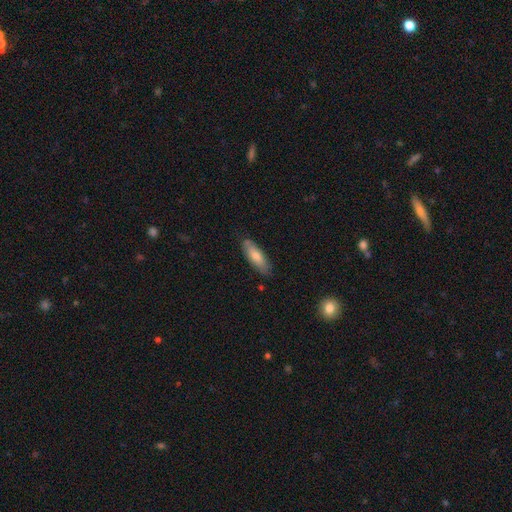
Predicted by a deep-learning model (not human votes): Overall: smooth (77%). How rounded: in between (57%; cigar-shaped 41%). Merging: none (80%).